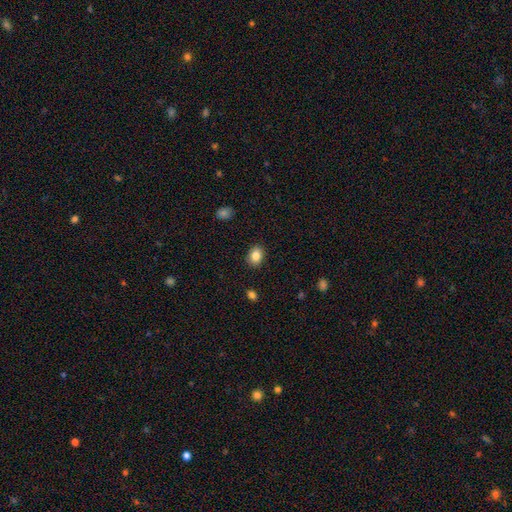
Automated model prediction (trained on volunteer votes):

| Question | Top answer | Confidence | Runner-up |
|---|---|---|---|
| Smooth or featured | smooth | 86% | star or artifact (9%) |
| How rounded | in between | 62% | round (37%) |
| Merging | none | 88% | minor disturbance (8%) |